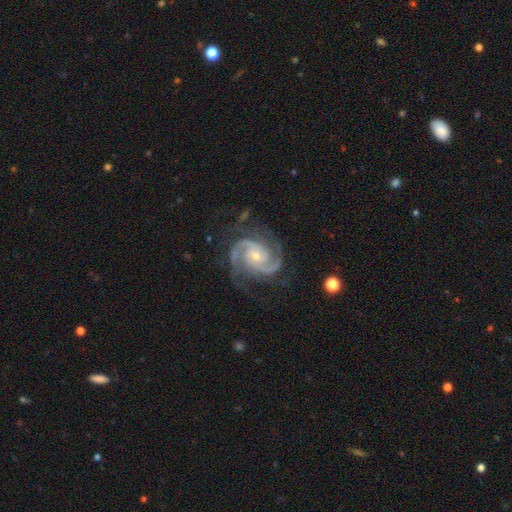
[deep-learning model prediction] Smooth or featured? Predicted: featured or disk (p=0.94). Edge-on disk? Predicted: no (p=0.98). Bar? Predicted: no (p=0.61). Spiral arms? Predicted: yes (p=0.99). Spiral winding? Predicted: medium (p=0.48). Spiral arm count? Predicted: 2 (p=0.65). Bulge size? Predicted: small (p=0.63). Merging? Predicted: none (p=0.75).